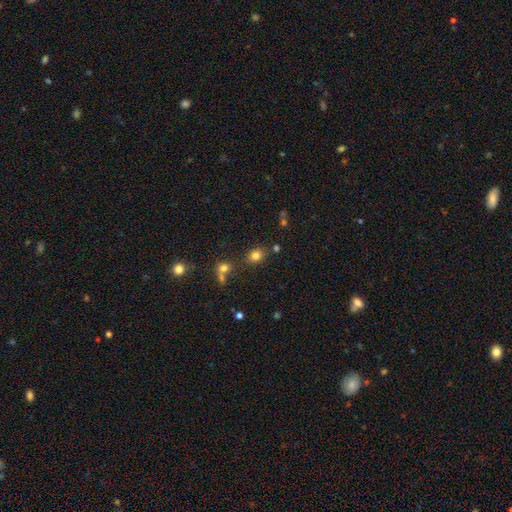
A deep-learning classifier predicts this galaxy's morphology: Smooth or featured? smooth (80%)
How rounded? round (54%)
Merging? none (75%)